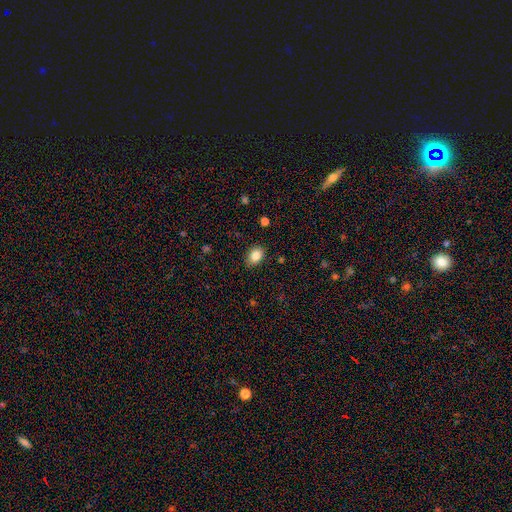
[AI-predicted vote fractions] Smooth or featured: smooth — 86% (star or artifact — 9%)
How rounded: in between — 74% (round — 25%)
Merging: none — 87% (minor disturbance — 10%)